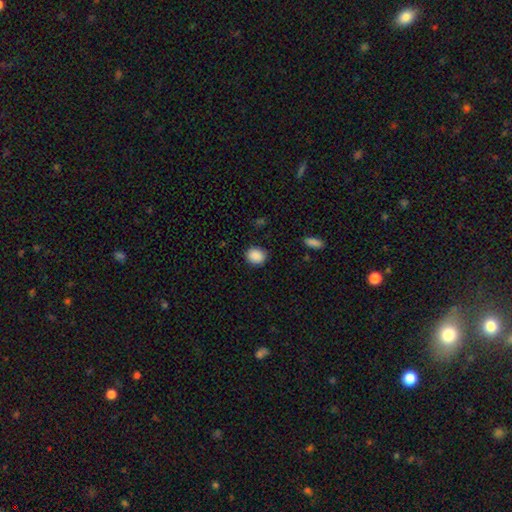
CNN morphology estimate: The model was most divided on "how rounded": round: 57%, in between: 42%, cigar-shaped: 1%. More confident: smooth or featured — smooth (89%); merging — none (87%).